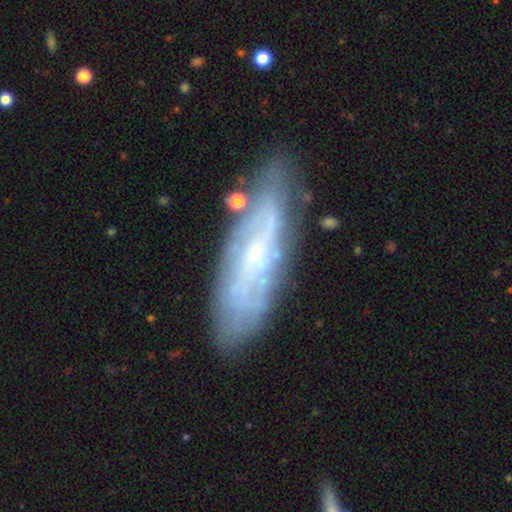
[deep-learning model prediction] Smooth or featured? Predicted: featured or disk (p=0.64). Edge-on disk? Predicted: no (p=0.73). Merging? Predicted: none (p=0.74).